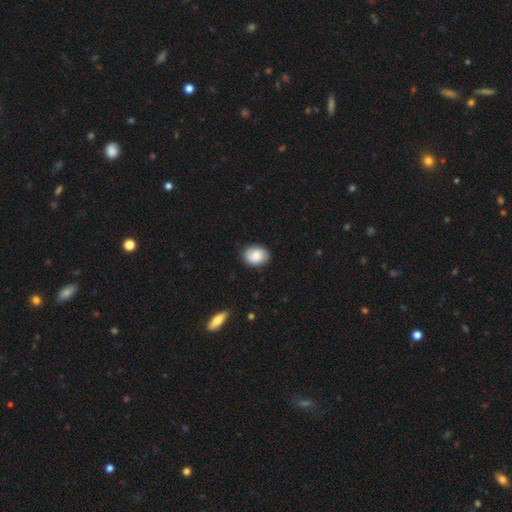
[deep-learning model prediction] Smooth or featured?
  - smooth: 78% *
  - featured or disk: 15%
  - star or artifact: 7%
How rounded?
  - in between: 57% *
  - round: 42%
  - cigar-shaped: 1%
Merging?
  - none: 85% *
  - minor disturbance: 11%
  - major disturbance: 2%
  - merger: 1%